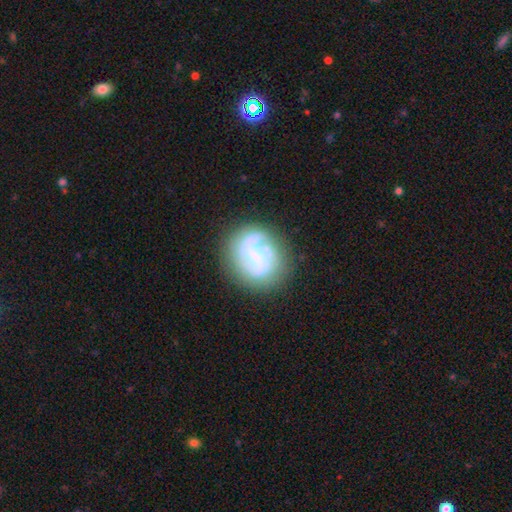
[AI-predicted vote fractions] Smooth or featured? Predicted: featured or disk (p=0.69). Edge-on disk? Predicted: no (p=0.98). Bar? Predicted: weak (p=0.41). Spiral arms? Predicted: yes (p=0.70). Bulge size? Predicted: small (p=0.41). Merging? Predicted: none (p=0.61).